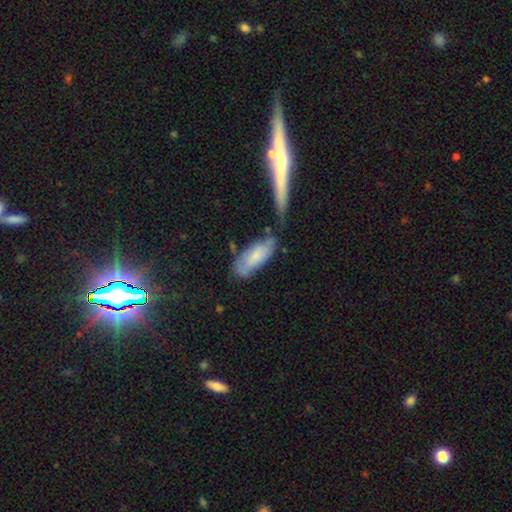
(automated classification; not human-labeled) A smooth galaxy with no disk features (68%) that is in between round and cigar-shaped (64%).

Vote fractions:
- Smooth or featured? smooth: 68% / featured or disk: 25% / star or artifact: 7%
- How rounded? in between: 64% / cigar-shaped: 34% / round: 2%
- Merging? none: 50% / minor disturbance: 23% / merger: 18% / major disturbance: 8%